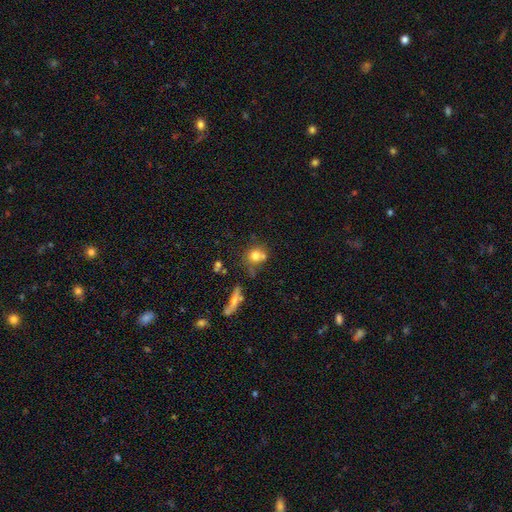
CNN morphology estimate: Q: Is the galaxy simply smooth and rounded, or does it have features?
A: smooth — 74%.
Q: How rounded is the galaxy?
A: round — 79%.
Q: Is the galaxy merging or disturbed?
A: none — 50%.